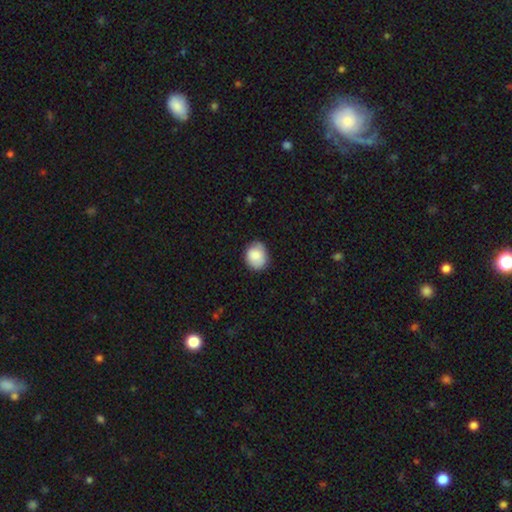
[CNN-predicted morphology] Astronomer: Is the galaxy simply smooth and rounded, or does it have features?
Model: smooth — 85%.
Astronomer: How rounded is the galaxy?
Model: round — 64%.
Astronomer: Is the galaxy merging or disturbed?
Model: none — 73%.